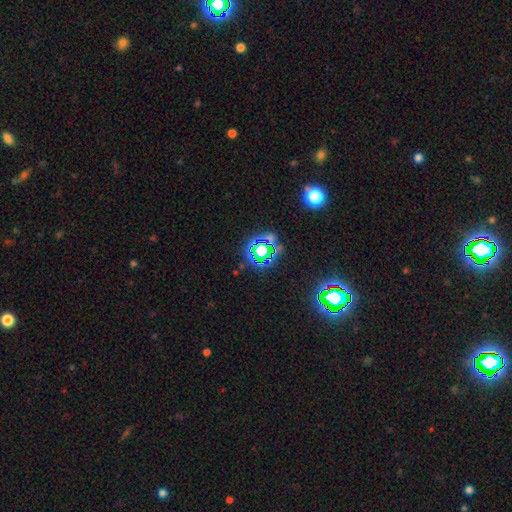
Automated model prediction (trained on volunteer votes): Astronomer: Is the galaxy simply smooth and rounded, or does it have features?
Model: star or artifact — 71%.